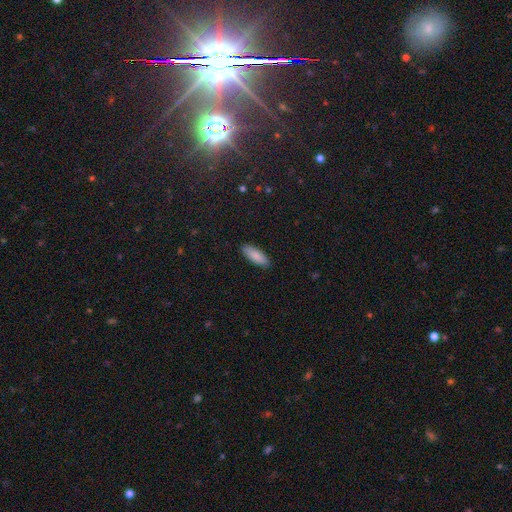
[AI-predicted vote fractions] Morphology: type=smooth (87%); roundness=in between (68%); merging=none (89%).